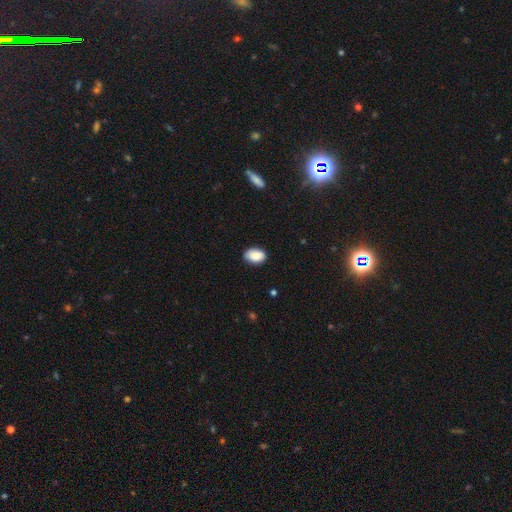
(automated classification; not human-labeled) This is clearly a smooth galaxy (89%). How rounded: clearly in between (90%). Merging: clearly none (84%).